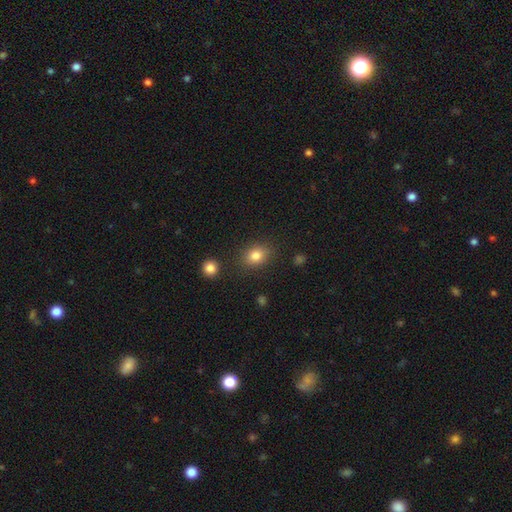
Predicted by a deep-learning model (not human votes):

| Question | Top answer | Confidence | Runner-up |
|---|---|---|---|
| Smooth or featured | smooth | 83% | star or artifact (11%) |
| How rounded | in between | 54% | round (44%) |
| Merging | none | 82% | minor disturbance (11%) |